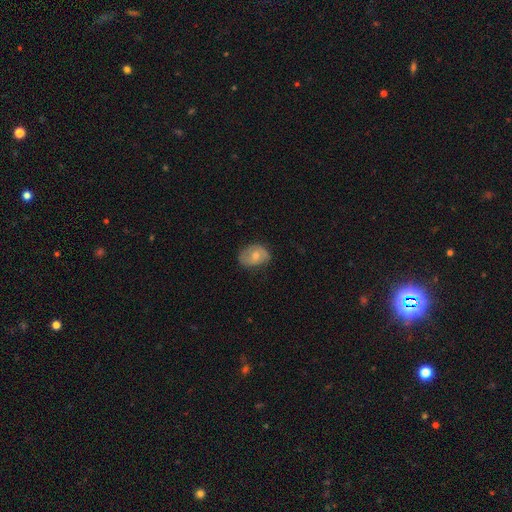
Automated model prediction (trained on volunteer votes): Overall: smooth (54%; featured or disk 39%). How rounded: in between (71%). Merging: none (63%; minor disturbance 28%).